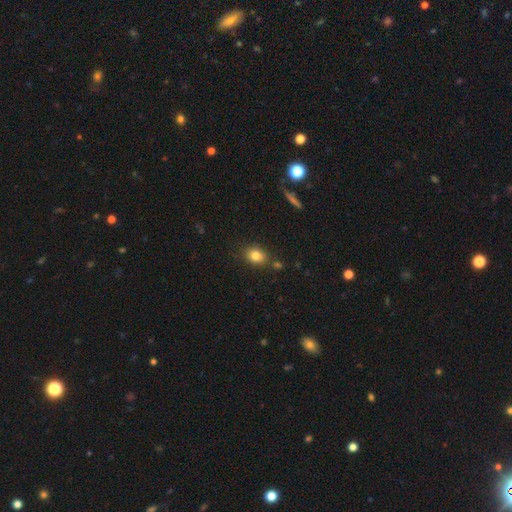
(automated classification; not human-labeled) smooth 83%, star or artifact 10%, featured or disk 7%. Down the decision tree: how rounded — in between (51%); merging — none (79%).